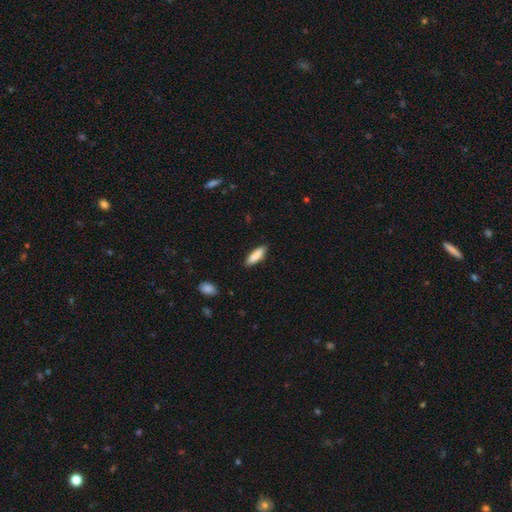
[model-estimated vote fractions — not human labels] smooth 85%, featured or disk 9%, star or artifact 6%. Down the decision tree: how rounded — cigar-shaped (62%); merging — none (88%).